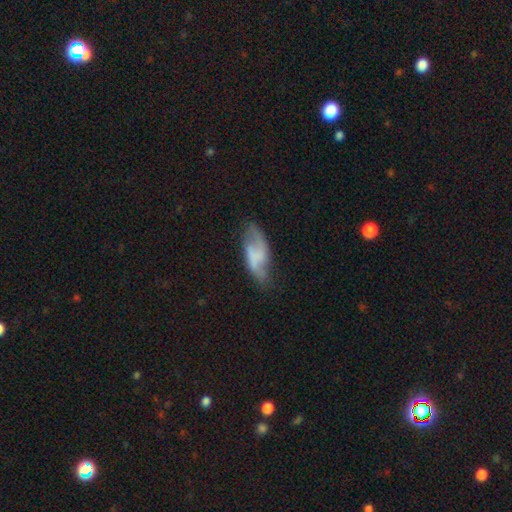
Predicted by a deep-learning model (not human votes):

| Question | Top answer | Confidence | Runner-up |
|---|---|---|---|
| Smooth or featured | featured or disk | 52% | smooth (40%) |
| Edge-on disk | no | 90% | yes (10%) |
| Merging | none | 57% | minor disturbance (28%) |